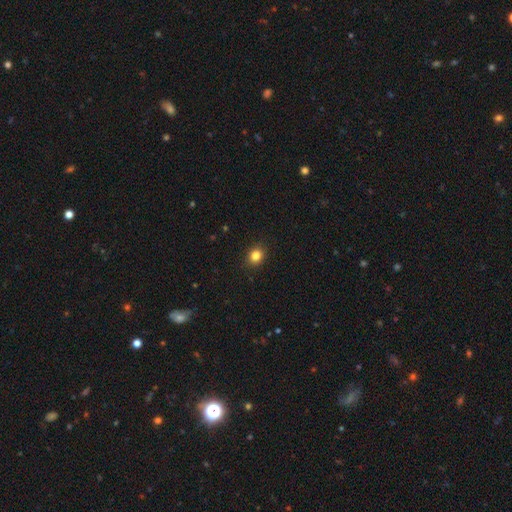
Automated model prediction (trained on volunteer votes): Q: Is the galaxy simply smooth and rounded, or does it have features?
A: smooth — 83%.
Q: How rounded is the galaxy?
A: round — 64%.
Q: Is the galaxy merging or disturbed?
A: none — 89%.